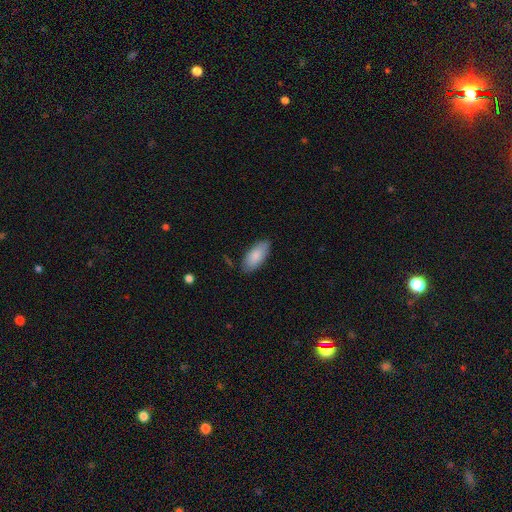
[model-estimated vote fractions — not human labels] smooth 85%, featured or disk 9%, star or artifact 6%. Down the decision tree: how rounded — in between (89%); merging — none (83%).